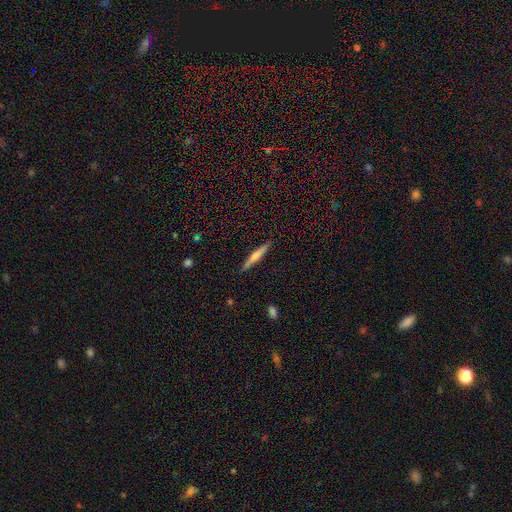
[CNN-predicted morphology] smooth_or_featured: smooth (p=0.52) [alt: featured or disk p=0.42]
how_rounded: cigar-shaped (p=0.94) [alt: in between p=0.05]
merging: none (p=0.90) [alt: minor disturbance p=0.07]